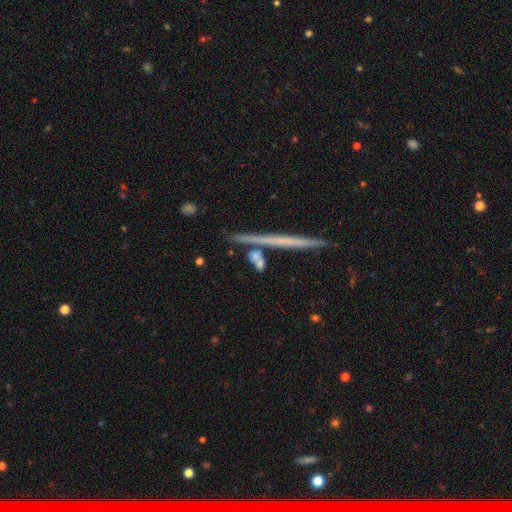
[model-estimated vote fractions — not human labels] Smooth or featured? featured or disk (59%)
Edge-on disk? yes (97%)
Edge-on bulge? none (84%)
Merging? none (86%)